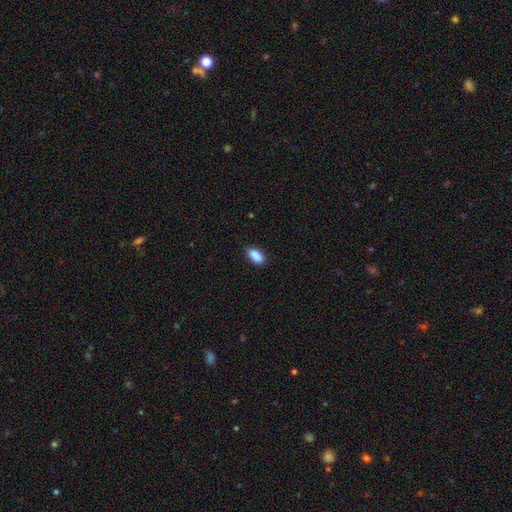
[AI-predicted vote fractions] Smooth or featured? smooth (89%)
How rounded? in between (89%)
Merging? none (82%)